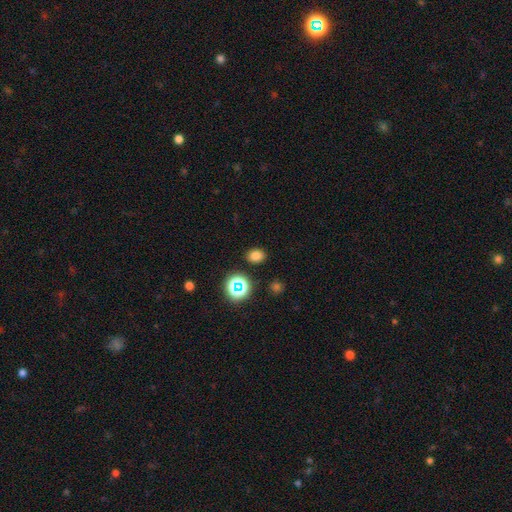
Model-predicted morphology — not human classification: This is likely a smooth galaxy (76%). How rounded: possibly in between (55%). Merging: clearly none (87%).